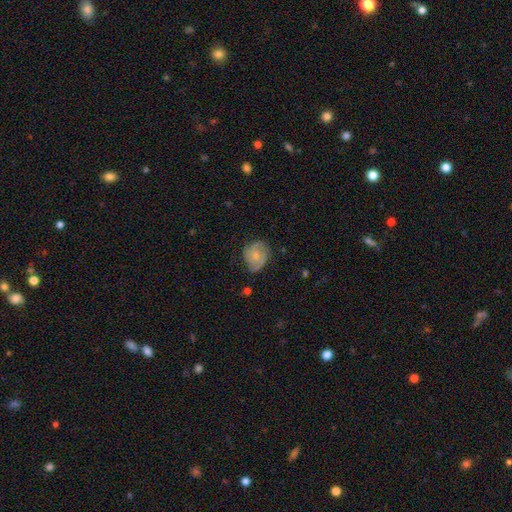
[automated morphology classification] Smooth or featured?
  - featured or disk: 66% *
  - smooth: 27%
  - star or artifact: 7%
Edge-on disk?
  - no: 98% *
  - yes: 2%
Bar?
  - no: 72% *
  - weak: 24%
  - strong: 3%
Spiral arms?
  - yes: 90% *
  - no: 10%
Spiral winding?
  - tight: 49% *
  - medium: 38%
  - loose: 12%
Spiral arm count?
  - 2: 43% *
  - 3: 23%
  - can't tell: 21%
  - 1: 6%
  - 4: 4%
  - more than 4: 3%
Bulge size?
  - small: 61% *
  - moderate: 31%
  - none: 5%
  - large: 1%
  - dominant: 1%
Merging?
  - none: 63% *
  - minor disturbance: 26%
  - major disturbance: 10%
  - merger: 2%